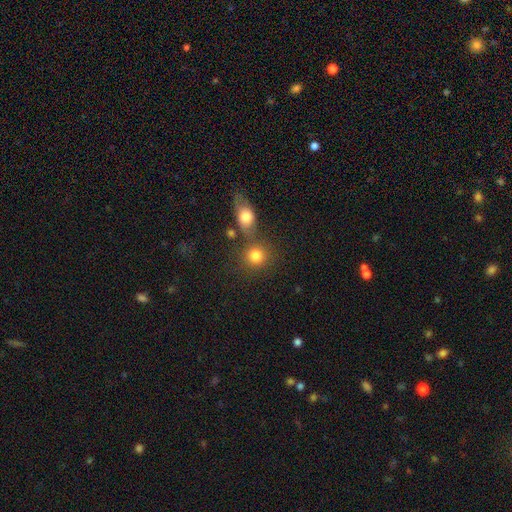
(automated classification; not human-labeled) smooth 81%, star or artifact 11%, featured or disk 8%. Down the decision tree: how rounded — round (85%); merging — none (64%).